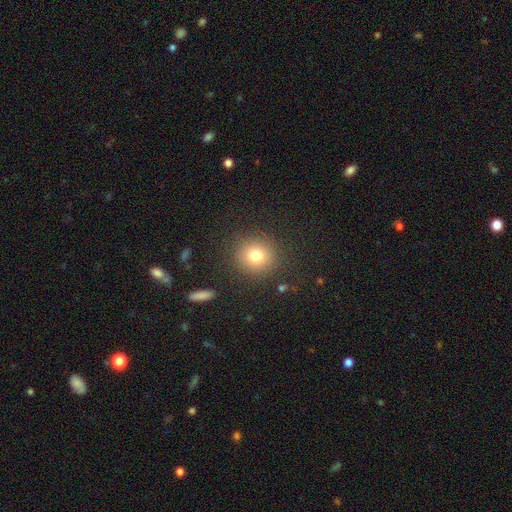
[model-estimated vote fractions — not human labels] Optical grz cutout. It shows a smooth galaxy with no disk features (78%) that is round (88%). Merging: none (87%).